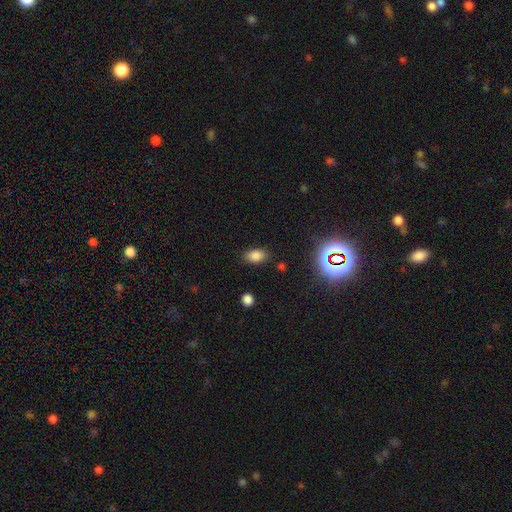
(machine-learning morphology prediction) Smooth or featured? smooth (81%)
How rounded? in between (88%)
Merging? none (81%)